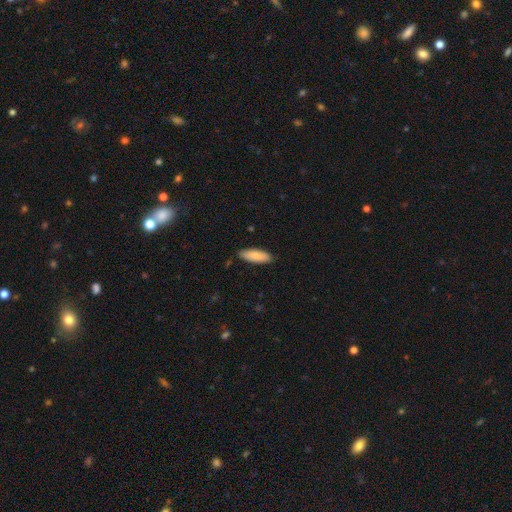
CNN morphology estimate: Smooth or featured: smooth — 84% (featured or disk — 11%)
How rounded: in between — 65% (cigar-shaped — 34%)
Merging: none — 85% (minor disturbance — 12%)